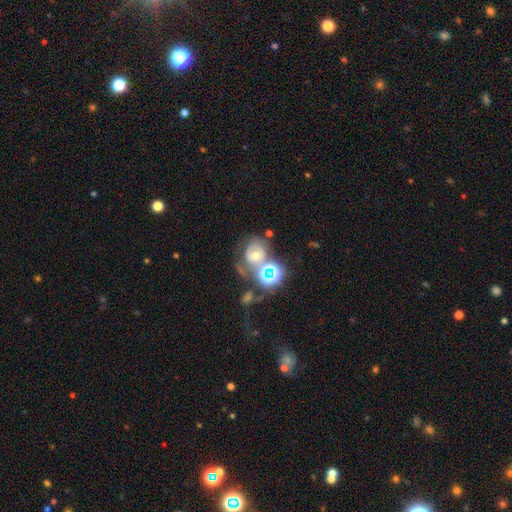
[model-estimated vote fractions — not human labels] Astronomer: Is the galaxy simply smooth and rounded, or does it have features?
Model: featured or disk — 45% (runner-up: smooth, 28%).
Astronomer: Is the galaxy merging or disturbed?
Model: none — 36% (runner-up: merger, 26%).